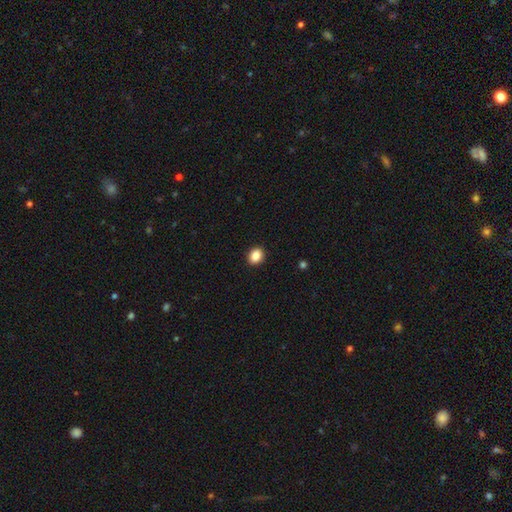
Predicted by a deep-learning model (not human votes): Smooth or featured? Predicted: smooth (p=0.86). How rounded? Predicted: round (p=0.57). Merging? Predicted: none (p=0.92).